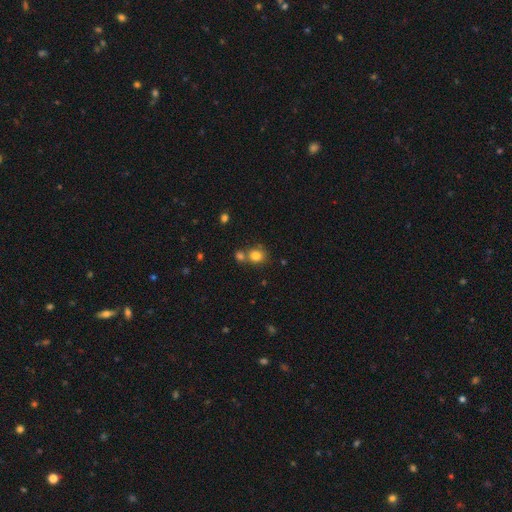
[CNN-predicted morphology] This appears to be a smooth galaxy with no disk features (80%) that is round (77%). Merging: none (57%).